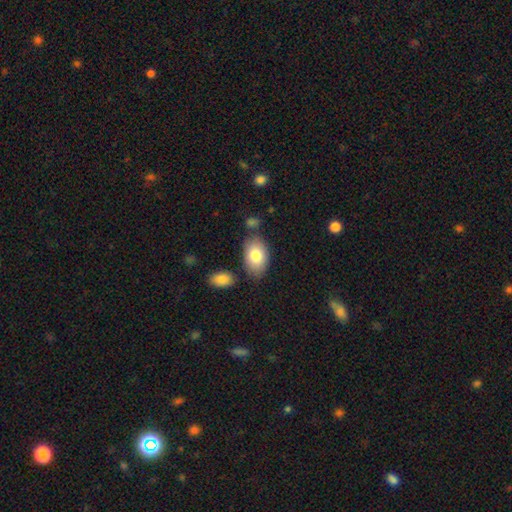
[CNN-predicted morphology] smooth-or-featured: smooth: 81% | featured or disk: 13% | star or artifact: 6%
  how-rounded: in between: 91% | round: 8% | cigar-shaped: 1%
  merging: none: 74% | minor disturbance: 15% | merger: 7% | major disturbance: 4%